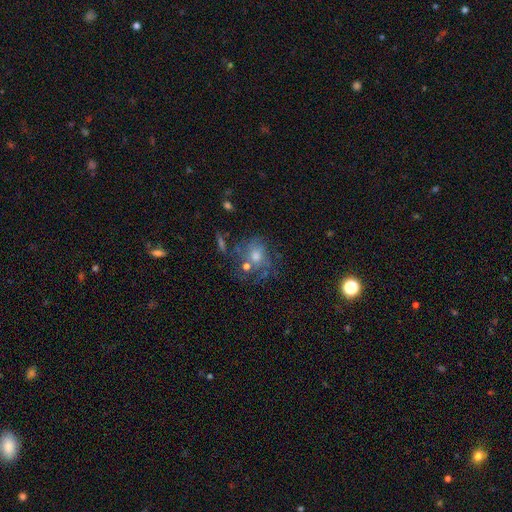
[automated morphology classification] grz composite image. It shows a featured or disk galaxy (50%). Merging: none (54%).